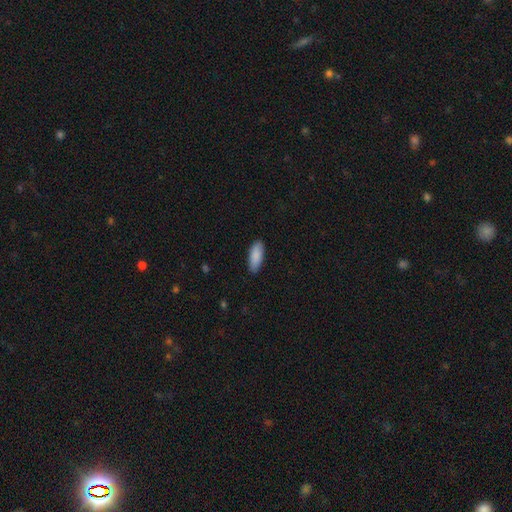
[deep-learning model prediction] Q: Smooth or featured?
A: smooth (89%); runner-up: star or artifact (6%)
Q: How rounded?
A: in between (73%); runner-up: cigar-shaped (25%)
Q: Merging?
A: none (88%); runner-up: minor disturbance (9%)